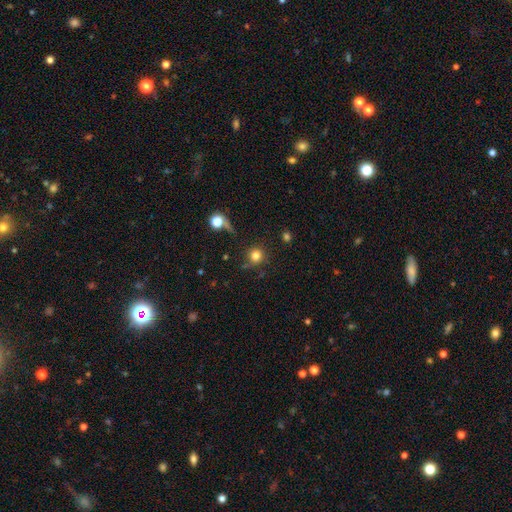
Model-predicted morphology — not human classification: A smooth galaxy with no disk features (81%) that is round (92%). Merging: none (78%).